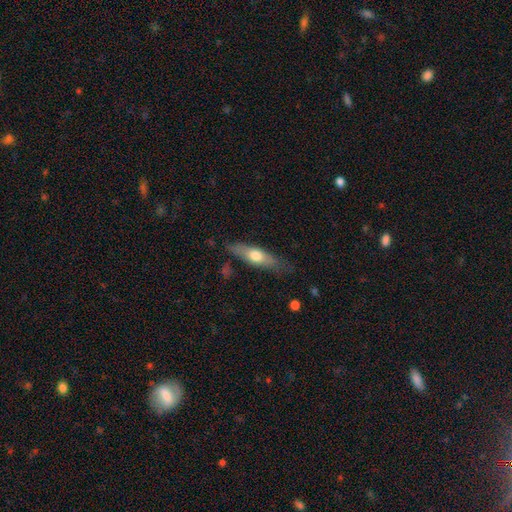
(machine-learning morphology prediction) Smooth or featured? smooth (56%)
How rounded? cigar-shaped (60%)
Merging? none (74%)